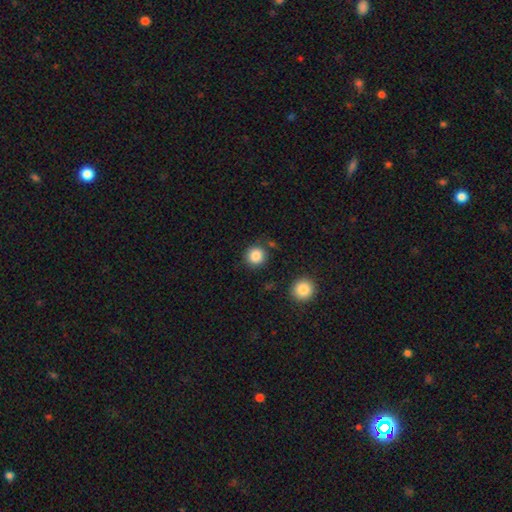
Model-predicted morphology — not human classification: smooth-or-featured: smooth: 86% | star or artifact: 10% | featured or disk: 4%
  how-rounded: round: 93% | in between: 6% | cigar-shaped: 1%
  merging: none: 85% | minor disturbance: 8% | merger: 4% | major disturbance: 3%